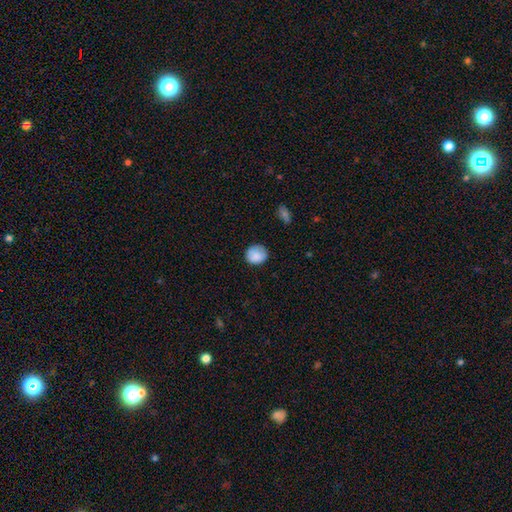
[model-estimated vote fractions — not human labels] Smooth or featured: smooth — 84% (featured or disk — 9%)
How rounded: round — 76% (in between — 23%)
Merging: none — 74% (minor disturbance — 21%)